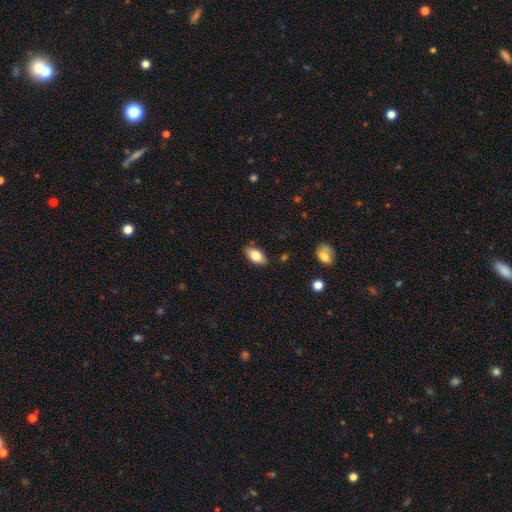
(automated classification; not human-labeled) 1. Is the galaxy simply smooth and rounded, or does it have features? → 82% smooth, 11% featured or disk, 7% star or artifact.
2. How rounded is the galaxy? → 92% in between, 4% cigar-shaped, 4% round.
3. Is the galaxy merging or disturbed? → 85% none, 12% minor disturbance, 2% major disturbance, 1% merger.